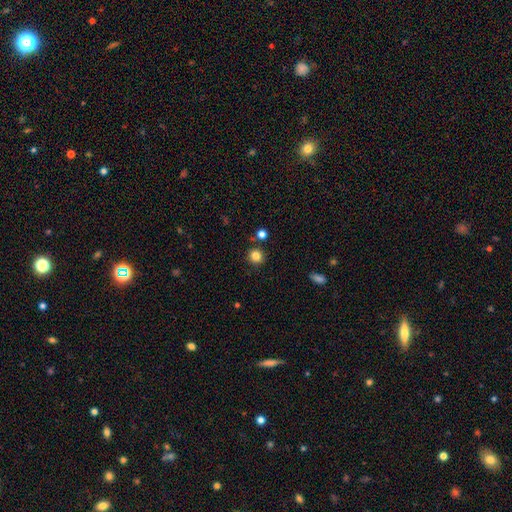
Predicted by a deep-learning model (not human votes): smooth 83%, star or artifact 12%, featured or disk 5%. Down the decision tree: how rounded — round (90%); merging — none (86%).